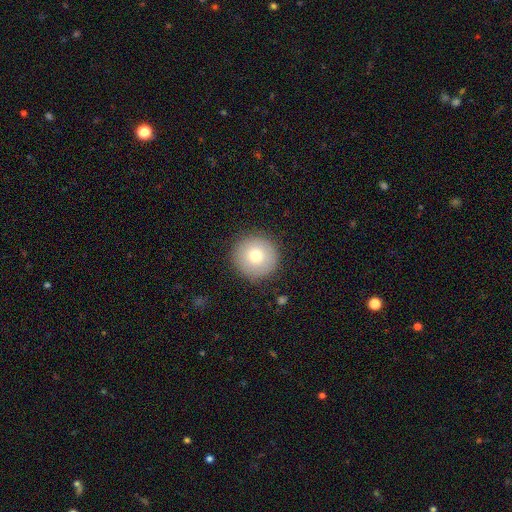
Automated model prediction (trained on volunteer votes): smooth 76%, featured or disk 15%, star or artifact 9%. Down the decision tree: how rounded — round (96%); merging — none (90%).